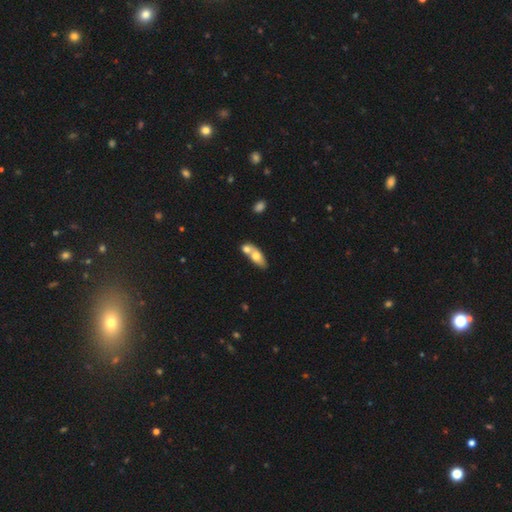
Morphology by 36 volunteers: This is likely a smooth galaxy (75%). How rounded: likely in between (70%). Merging: likely merger (68%).